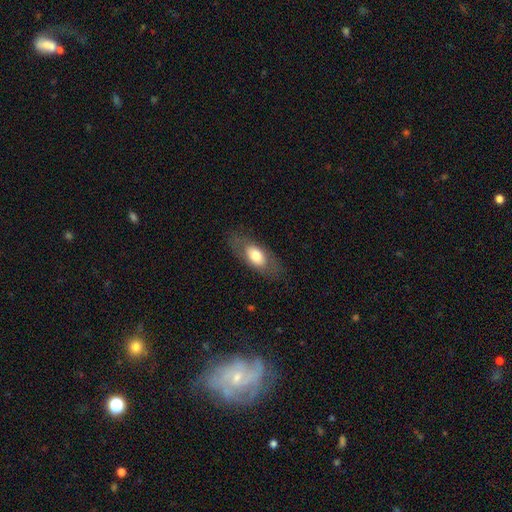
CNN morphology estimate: A smooth galaxy with no disk features (66%) that is in between round and cigar-shaped (85%). Merging: none (79%).